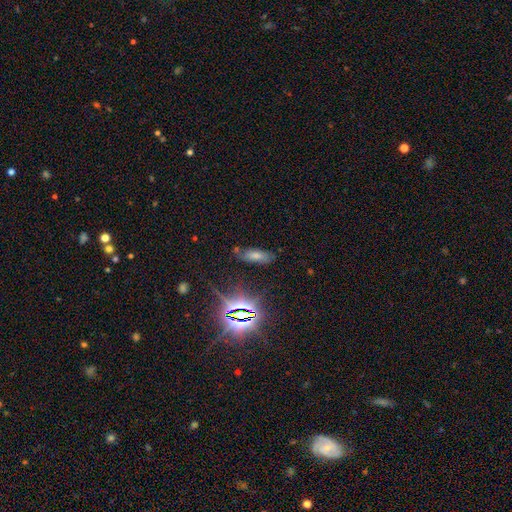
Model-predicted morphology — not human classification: Smooth or featured? star or artifact (45%)